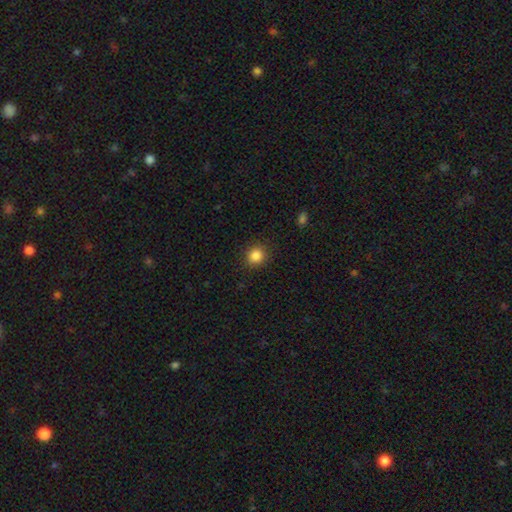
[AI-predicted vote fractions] Q: Smooth or featured?
A: smooth (85%); runner-up: star or artifact (11%)
Q: How rounded?
A: round (87%); runner-up: in between (12%)
Q: Merging?
A: none (89%); runner-up: minor disturbance (7%)